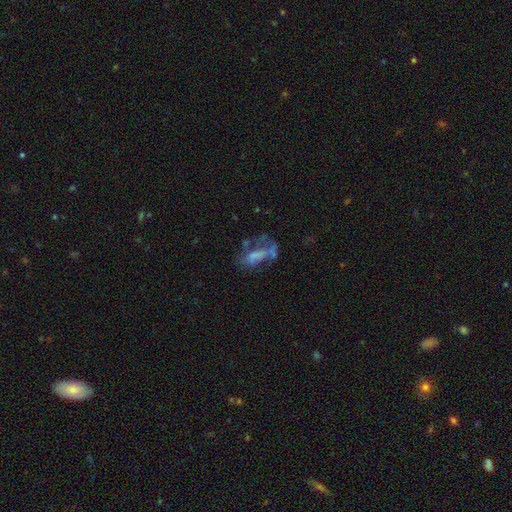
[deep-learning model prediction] Smooth or featured?
  - featured or disk: 46% *
  - smooth: 39%
  - star or artifact: 15%
Merging?
  - major disturbance: 39% *
  - none: 27%
  - merger: 17%
  - minor disturbance: 17%